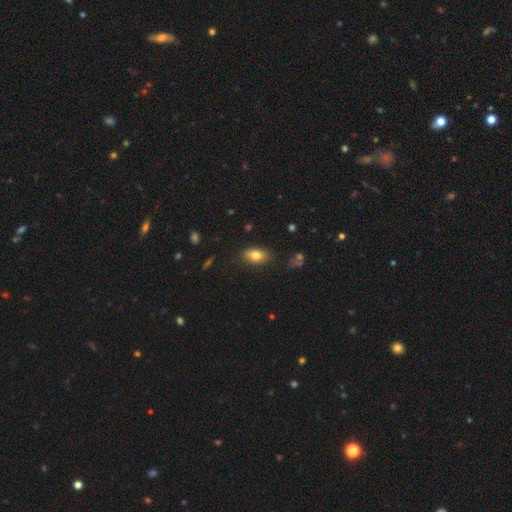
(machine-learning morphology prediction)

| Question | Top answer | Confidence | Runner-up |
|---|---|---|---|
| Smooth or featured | smooth | 75% | featured or disk (16%) |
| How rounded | in between | 87% | round (7%) |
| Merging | none | 82% | minor disturbance (13%) |